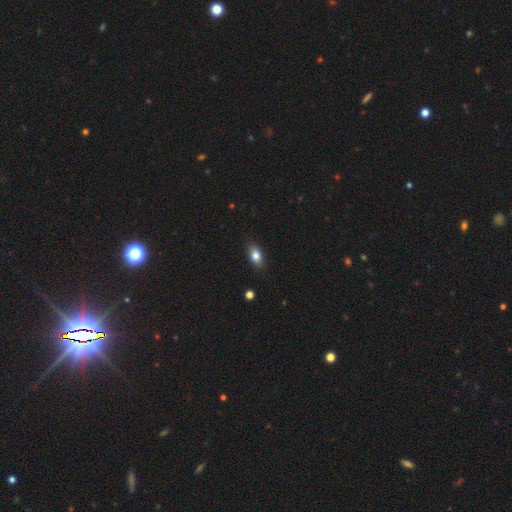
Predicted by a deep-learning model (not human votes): Smooth or featured? Predicted: smooth (p=0.82). How rounded? Predicted: in between (p=0.86). Merging? Predicted: none (p=0.86).